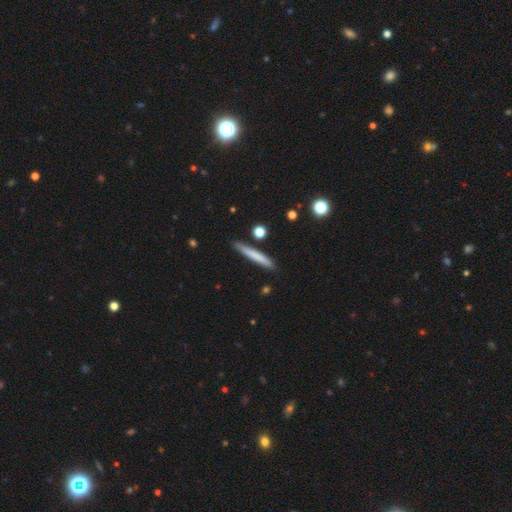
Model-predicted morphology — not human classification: This is likely a smooth galaxy (71%). How rounded: clearly cigar-shaped (96%). Merging: clearly none (86%).